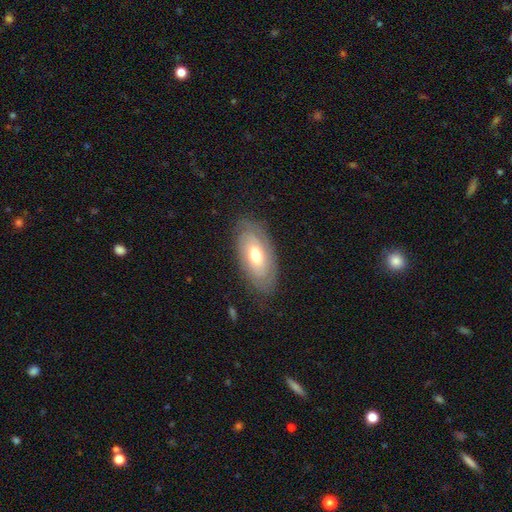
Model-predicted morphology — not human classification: type=featured or disk (54%); edge-on=no (86%); merging=none (79%).